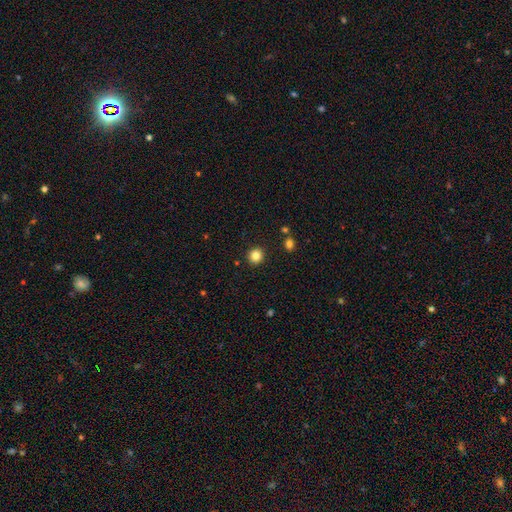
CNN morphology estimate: A smooth galaxy with no disk features (84%) that is round (92%). Merging: none (91%).